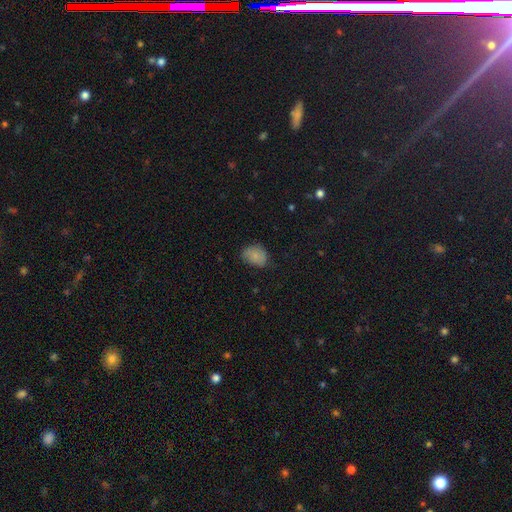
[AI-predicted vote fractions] Smooth or featured?
  - smooth: 82% *
  - featured or disk: 9%
  - star or artifact: 9%
How rounded?
  - in between: 65% *
  - round: 34%
  - cigar-shaped: 1%
Merging?
  - none: 61% *
  - minor disturbance: 31%
  - major disturbance: 7%
  - merger: 1%